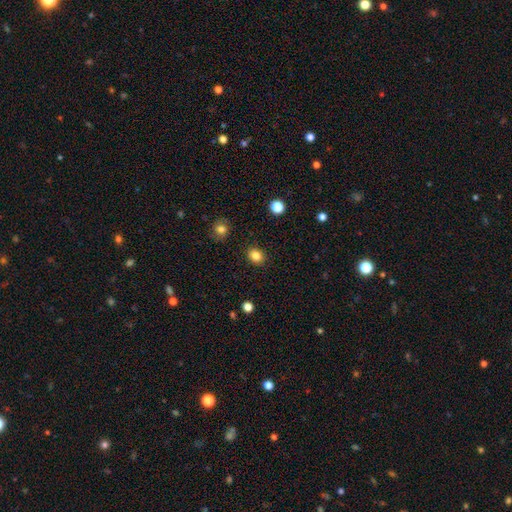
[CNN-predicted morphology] Smooth or featured?
  - smooth: 85% *
  - star or artifact: 10%
  - featured or disk: 5%
How rounded?
  - round: 51% *
  - in between: 48%
  - cigar-shaped: 1%
Merging?
  - none: 89% *
  - minor disturbance: 8%
  - major disturbance: 2%
  - merger: 1%